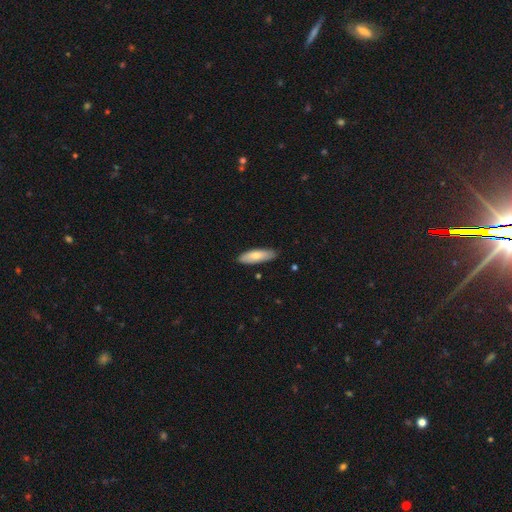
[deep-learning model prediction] This appears to be a smooth galaxy with no disk features (73%) that is in between round and cigar-shaped (54%). Merging: none (86%).